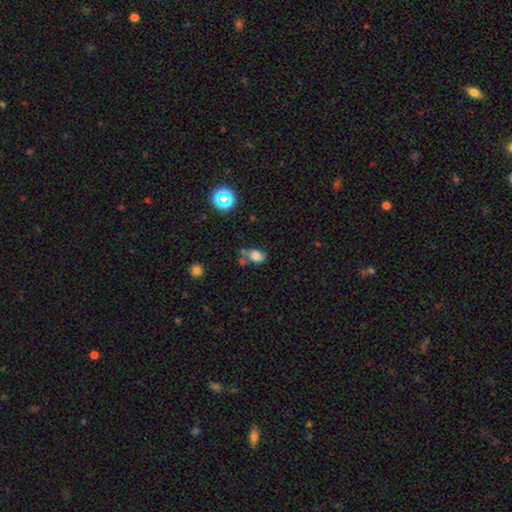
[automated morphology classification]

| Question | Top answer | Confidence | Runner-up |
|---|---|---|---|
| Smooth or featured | smooth | 70% | featured or disk (16%) |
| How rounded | in between | 66% | round (32%) |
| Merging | none | 42% | minor disturbance (25%) |